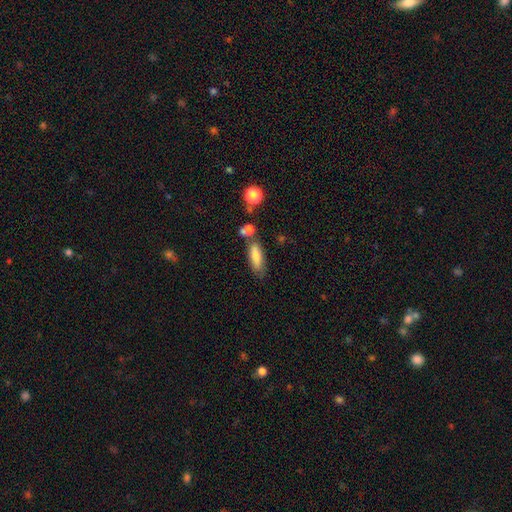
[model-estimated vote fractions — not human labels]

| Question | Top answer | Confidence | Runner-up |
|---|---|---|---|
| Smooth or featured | smooth | 81% | featured or disk (11%) |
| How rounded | in between | 59% | cigar-shaped (38%) |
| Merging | none | 61% | minor disturbance (18%) |